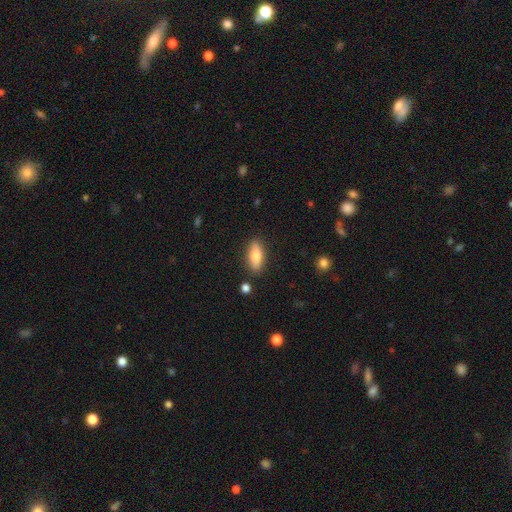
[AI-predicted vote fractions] This appears to be a smooth galaxy with no disk features (77%) that is in between round and cigar-shaped (74%). Merging: none (86%).